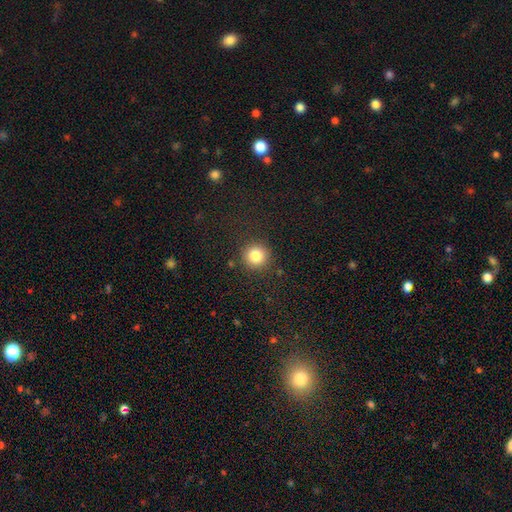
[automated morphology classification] smooth-or-featured: smooth: 83% | star or artifact: 11% | featured or disk: 6%
  how-rounded: round: 94% | in between: 5% | cigar-shaped: 1%
  merging: none: 89% | minor disturbance: 7% | major disturbance: 3% | merger: 2%